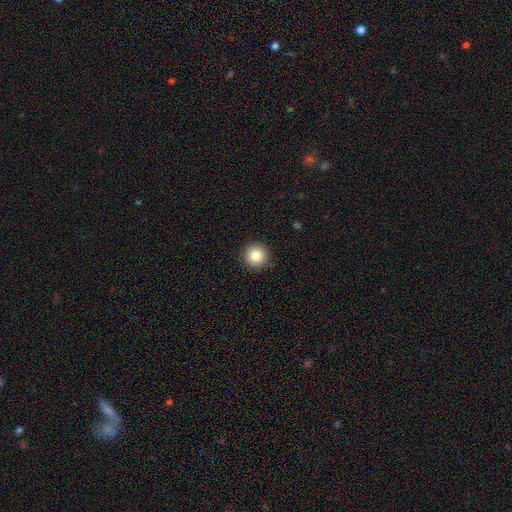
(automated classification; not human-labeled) Smooth or featured? smooth (83%)
How rounded? round (96%)
Merging? none (91%)